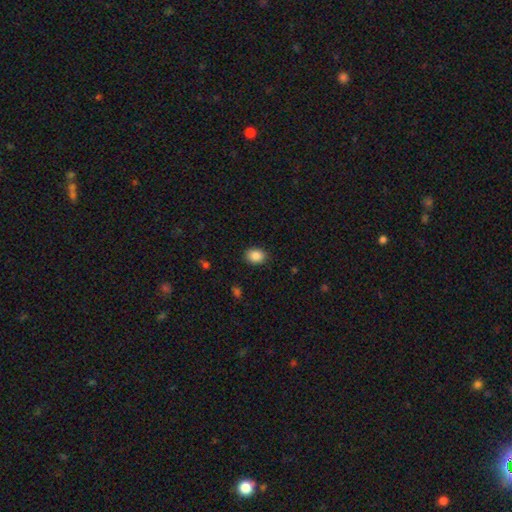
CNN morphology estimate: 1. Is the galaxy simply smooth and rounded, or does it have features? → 87% smooth, 9% star or artifact, 4% featured or disk.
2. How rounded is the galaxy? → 57% in between, 43% round, 1% cigar-shaped.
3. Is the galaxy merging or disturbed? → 88% none, 9% minor disturbance, 2% major disturbance, 1% merger.